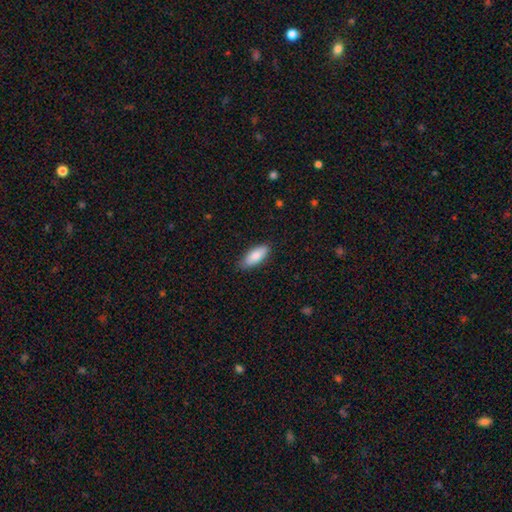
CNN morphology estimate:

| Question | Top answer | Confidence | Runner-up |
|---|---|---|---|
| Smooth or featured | smooth | 85% | featured or disk (9%) |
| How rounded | in between | 82% | cigar-shaped (17%) |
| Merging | none | 84% | minor disturbance (13%) |